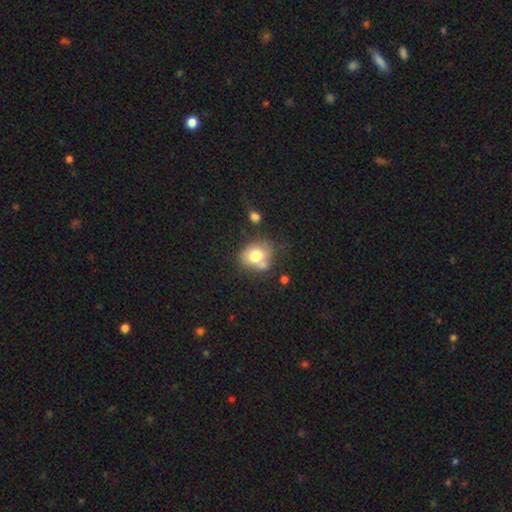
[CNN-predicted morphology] The model was most divided on "how rounded": round: 60%, in between: 39%, cigar-shaped: 1%. More confident: smooth or featured — smooth (74%); merging — none (52%).